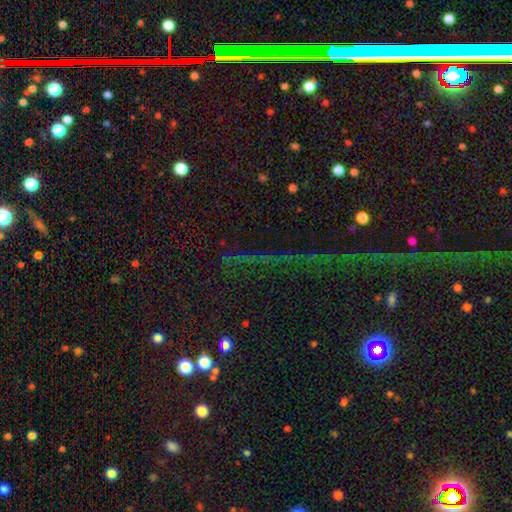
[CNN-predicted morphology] Q: Smooth or featured?
A: star or artifact (74%); runner-up: smooth (13%)